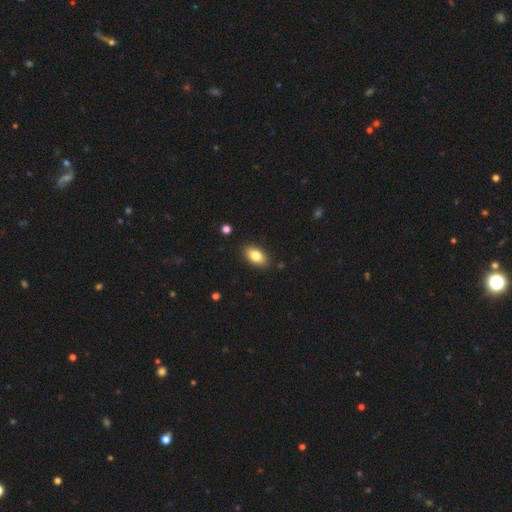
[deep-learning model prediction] Smooth or featured? Predicted: smooth (p=0.83). How rounded? Predicted: in between (p=0.91). Merging? Predicted: none (p=0.87).